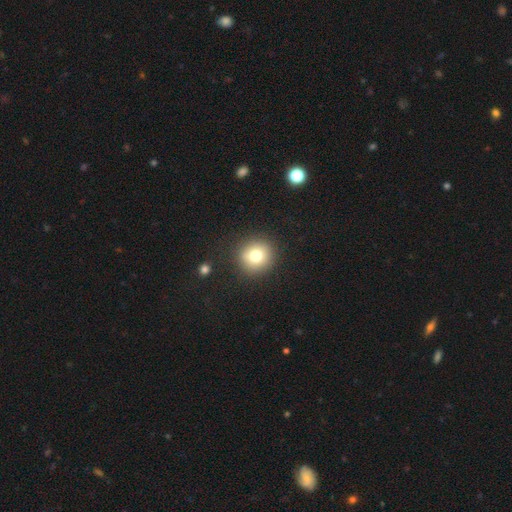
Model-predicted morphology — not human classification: This is likely a smooth galaxy (75%). How rounded: clearly round (92%). Merging: clearly none (88%).